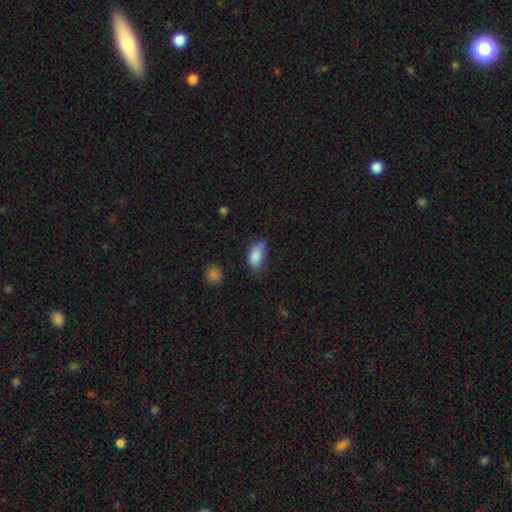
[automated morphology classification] Q: Smooth or featured?
A: smooth (85%); runner-up: star or artifact (8%)
Q: How rounded?
A: in between (91%); runner-up: round (5%)
Q: Merging?
A: none (49%); runner-up: minor disturbance (37%)